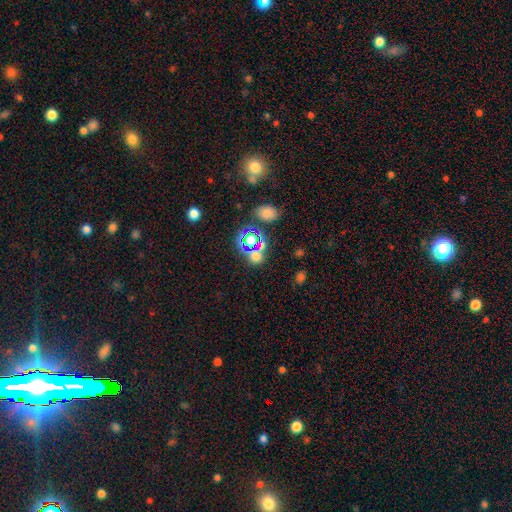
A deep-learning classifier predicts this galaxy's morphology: Smooth or featured?
  - smooth: 53% *
  - star or artifact: 39%
  - featured or disk: 8%
How rounded?
  - round: 79% *
  - in between: 20%
  - cigar-shaped: 1%
Merging?
  - none: 65% *
  - merger: 20%
  - minor disturbance: 9%
  - major disturbance: 5%